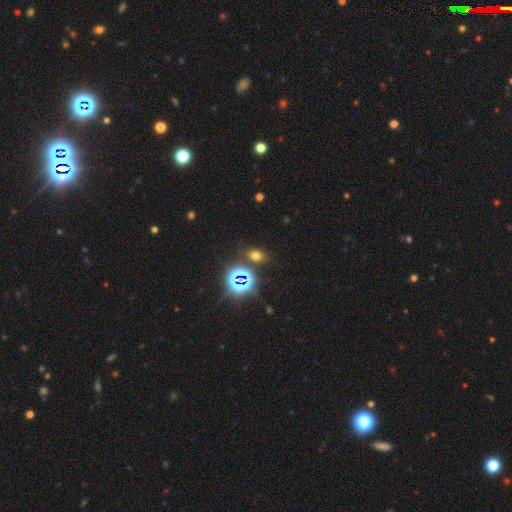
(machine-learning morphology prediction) smooth-or-featured: smooth: 57% | star or artifact: 35% | featured or disk: 7%
  how-rounded: in between: 61% | round: 38% | cigar-shaped: 2%
  merging: none: 81% | minor disturbance: 10% | merger: 5% | major disturbance: 4%